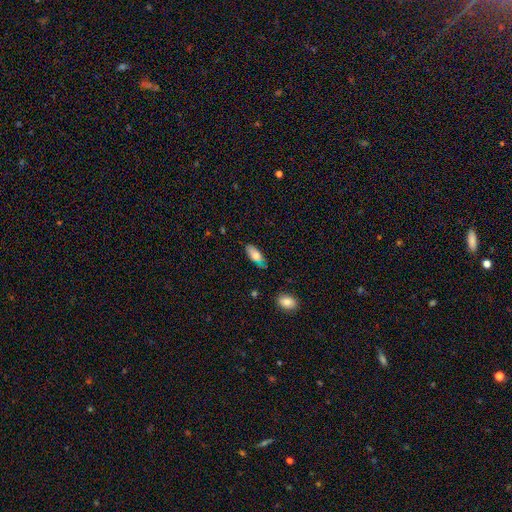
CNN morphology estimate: Smooth or featured?
  - smooth: 78% *
  - featured or disk: 15%
  - star or artifact: 7%
How rounded?
  - in between: 83% *
  - cigar-shaped: 15%
  - round: 2%
Merging?
  - none: 71% *
  - minor disturbance: 23%
  - major disturbance: 4%
  - merger: 2%